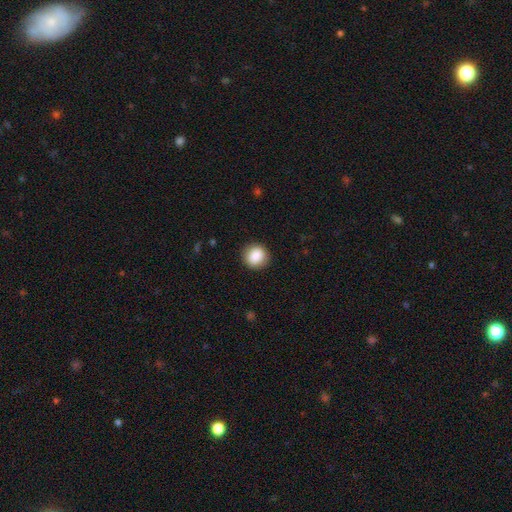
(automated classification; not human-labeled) Overall: smooth (87%). How rounded: round (88%). Merging: none (89%).